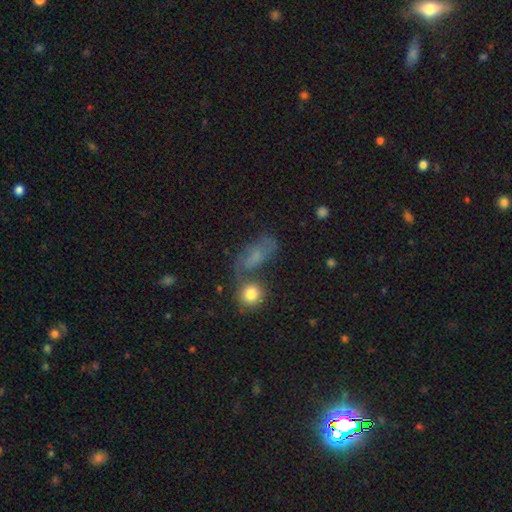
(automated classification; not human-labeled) Smooth or featured? Predicted: smooth (p=0.43). Merging? Predicted: none (p=0.42).